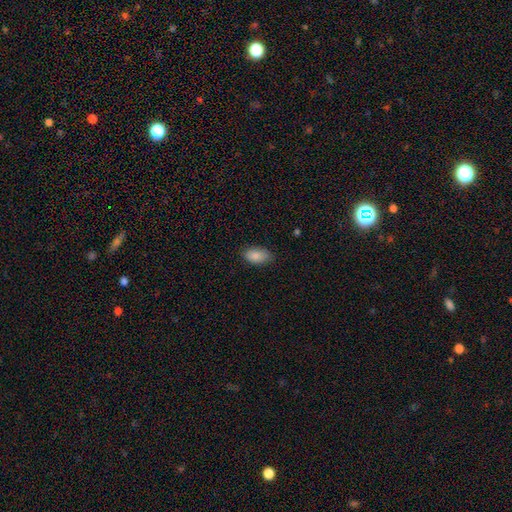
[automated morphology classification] Smooth or featured? smooth (86%)
How rounded? in between (93%)
Merging? none (77%)